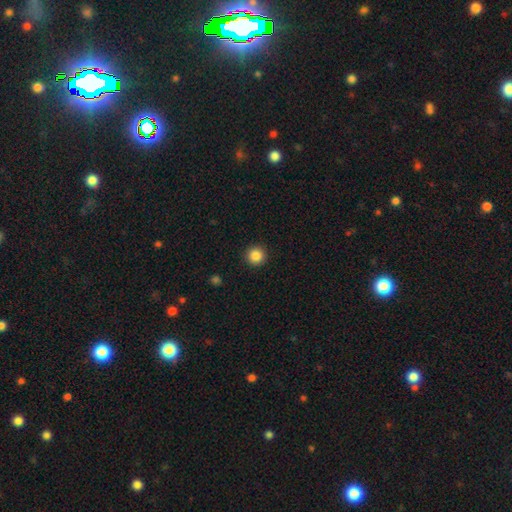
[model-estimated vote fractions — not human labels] smooth-or-featured: smooth: 86% | star or artifact: 10% | featured or disk: 4%
  how-rounded: round: 95% | in between: 4% | cigar-shaped: 1%
  merging: none: 93% | minor disturbance: 5% | major disturbance: 2% | merger: 1%